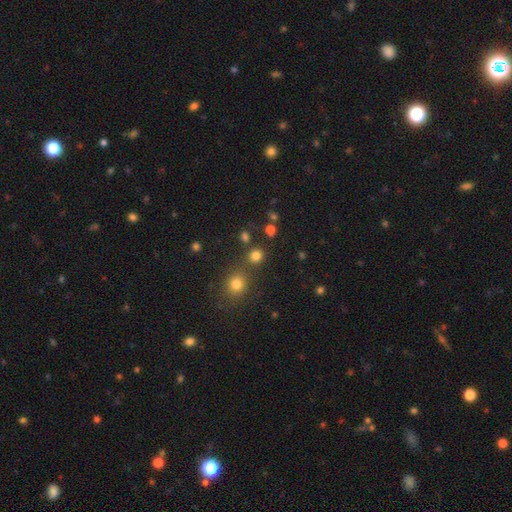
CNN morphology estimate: type=smooth (79%); roundness=round (86%); merging=none (76%).